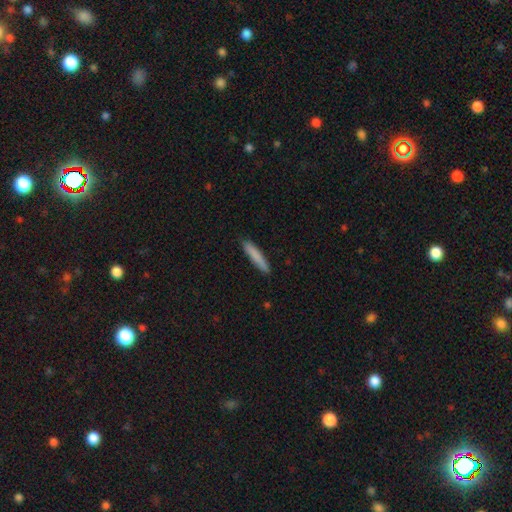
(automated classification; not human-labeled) A smooth galaxy with no disk features (84%) that is cigar-shaped (92%). Merging: none (89%).